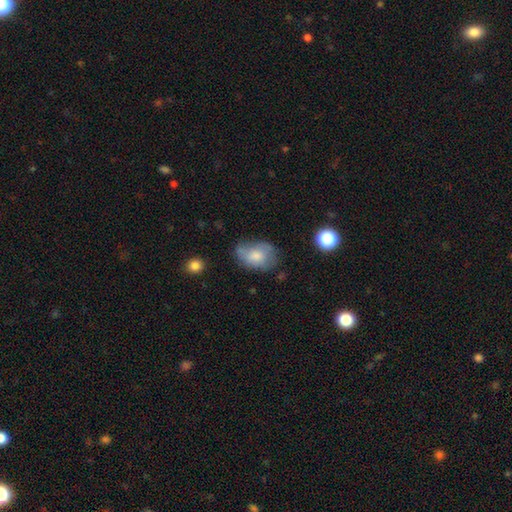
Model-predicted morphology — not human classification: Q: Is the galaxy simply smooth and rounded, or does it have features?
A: smooth — 69%.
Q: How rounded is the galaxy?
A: in between — 81%.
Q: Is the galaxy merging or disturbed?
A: none — 45%.